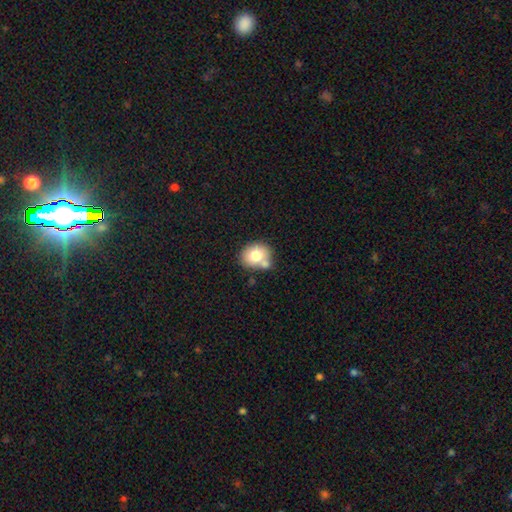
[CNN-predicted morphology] The model was most divided on "merging": none: 55%, merger: 27%, minor disturbance: 14%, major disturbance: 4%. More confident: smooth or featured — smooth (75%); how rounded — round (64%).